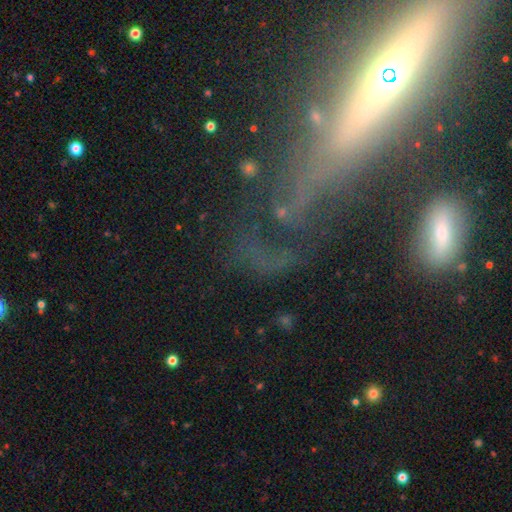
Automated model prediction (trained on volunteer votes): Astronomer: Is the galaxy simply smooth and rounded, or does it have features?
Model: featured or disk — 48% (runner-up: star or artifact, 26%).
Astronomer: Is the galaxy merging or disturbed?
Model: none — 44% (runner-up: major disturbance, 28%).